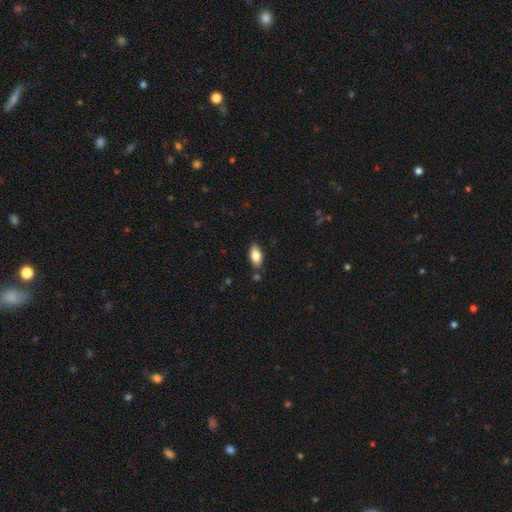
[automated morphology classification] smooth 82%, featured or disk 11%, star or artifact 7%. Down the decision tree: how rounded — in between (90%); merging — none (82%).